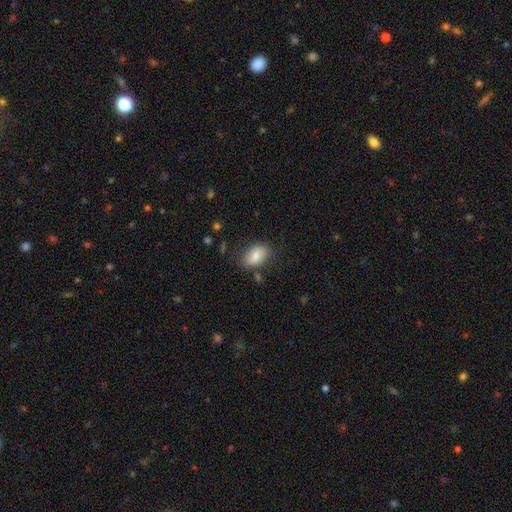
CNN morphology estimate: Smooth or featured?
  - smooth: 82% *
  - featured or disk: 11%
  - star or artifact: 7%
How rounded?
  - in between: 88% *
  - round: 10%
  - cigar-shaped: 1%
Merging?
  - none: 77% *
  - minor disturbance: 16%
  - major disturbance: 4%
  - merger: 3%